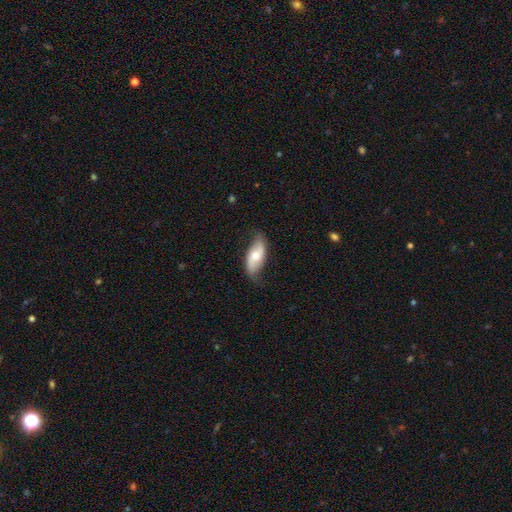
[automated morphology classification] type=featured or disk (52%); edge-on=no (85%); merging=none (70%).